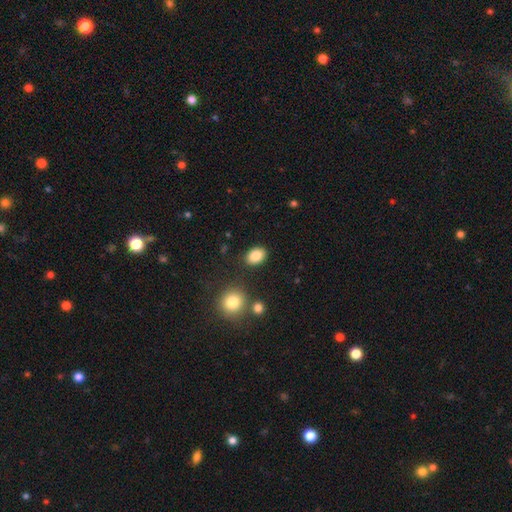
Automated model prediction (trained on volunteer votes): smooth-or-featured: smooth: 86% | star or artifact: 9% | featured or disk: 5%
  how-rounded: in between: 76% | round: 23% | cigar-shaped: 1%
  merging: none: 85% | minor disturbance: 9% | merger: 3% | major disturbance: 3%